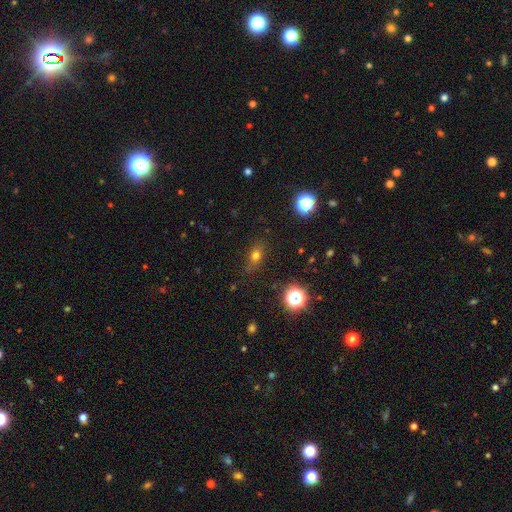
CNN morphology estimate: A smooth galaxy with no disk features (70%) that is in between round and cigar-shaped (55%). Merging: none (80%).